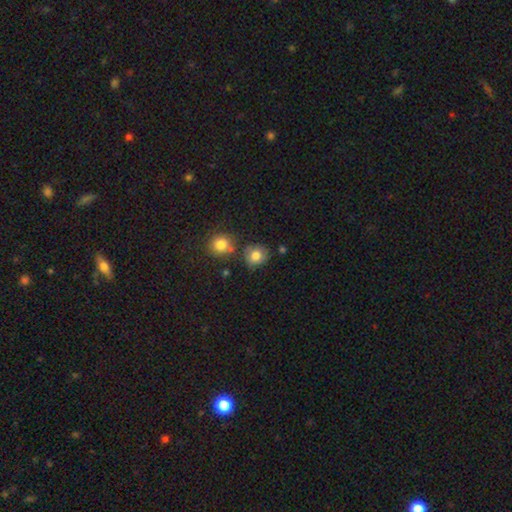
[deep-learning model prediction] Morphology: type=smooth (81%); roundness=round (83%); merging=none (71%).